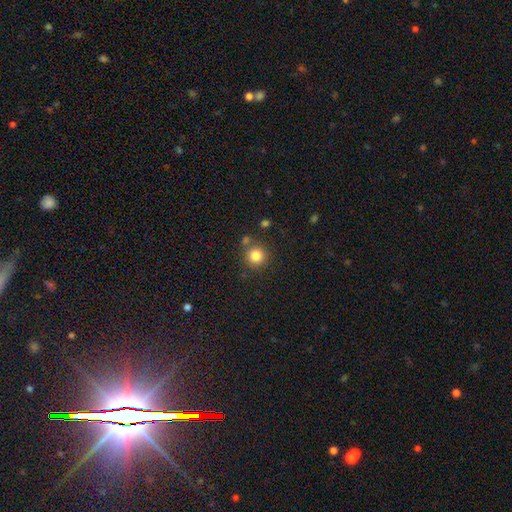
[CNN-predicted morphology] Smooth or featured: smooth — 83% (star or artifact — 11%)
How rounded: round — 94% (in between — 5%)
Merging: none — 79% (merger — 10%)